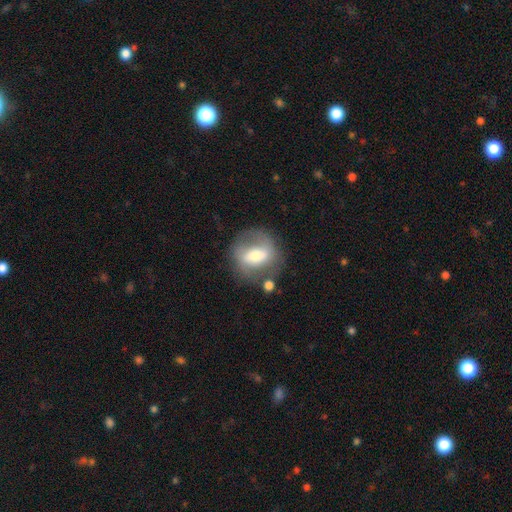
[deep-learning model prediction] Overall: featured or disk (52%; smooth 41%). Edge-on disk: no (92%). Merging: none (66%).